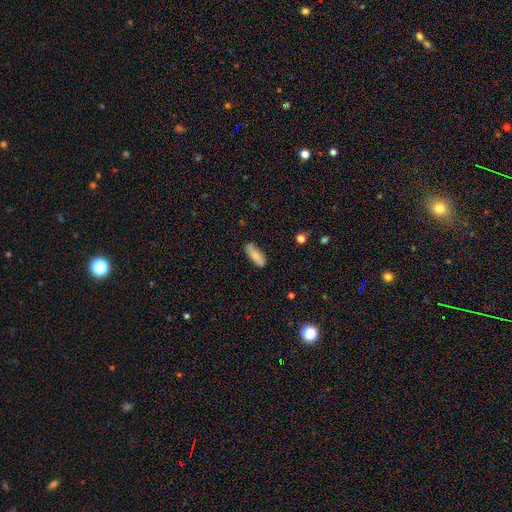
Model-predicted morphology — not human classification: This is clearly a smooth galaxy (83%). How rounded: likely in between (65%). Merging: clearly none (84%).